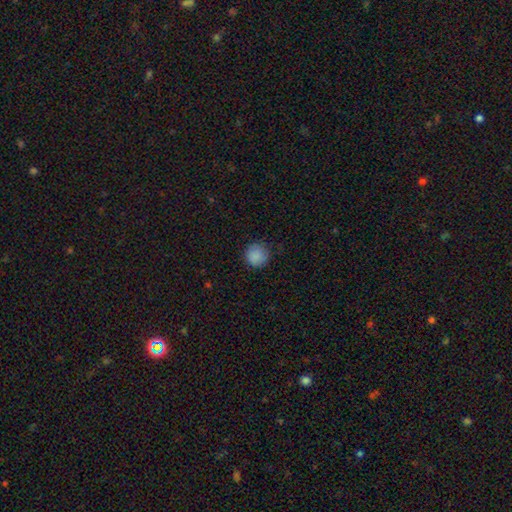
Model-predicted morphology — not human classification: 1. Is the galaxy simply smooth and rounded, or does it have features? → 87% smooth, 9% star or artifact, 4% featured or disk.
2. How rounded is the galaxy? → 92% round, 7% in between, 1% cigar-shaped.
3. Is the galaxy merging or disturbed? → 82% none, 14% minor disturbance, 3% major disturbance, 1% merger.